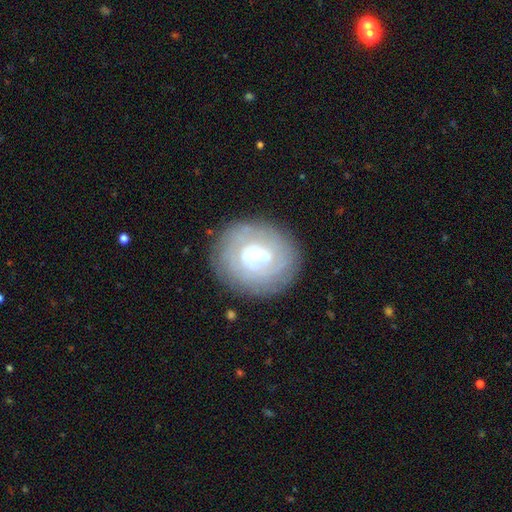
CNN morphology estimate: Smooth or featured?
  - featured or disk: 63% *
  - smooth: 29%
  - star or artifact: 8%
Edge-on disk?
  - no: 97% *
  - yes: 3%
Bar?
  - weak: 43% *
  - no: 33%
  - strong: 24%
Spiral arms?
  - yes: 61% *
  - no: 39%
Bulge size?
  - small: 41% *
  - moderate: 37%
  - large: 12%
  - none: 7%
  - dominant: 3%
Merging?
  - none: 74% *
  - minor disturbance: 15%
  - major disturbance: 8%
  - merger: 3%